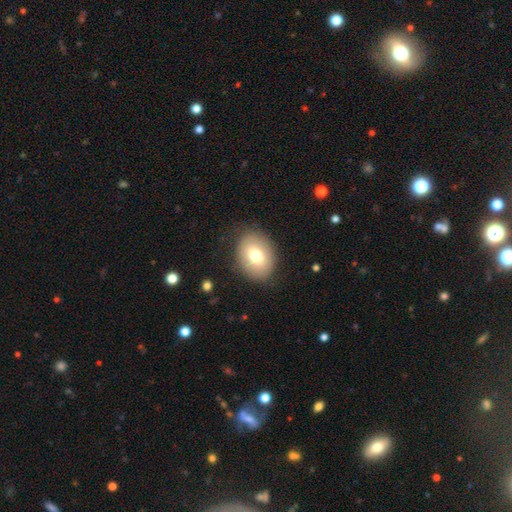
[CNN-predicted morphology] This appears to be a smooth galaxy with no disk features (74%) that is in between round and cigar-shaped (66%). Merging: none (83%).